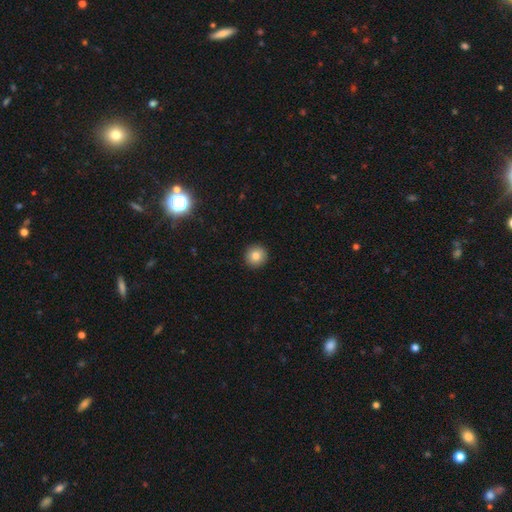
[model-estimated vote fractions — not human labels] This is clearly a smooth galaxy (83%). How rounded: clearly round (95%). Merging: clearly none (93%).